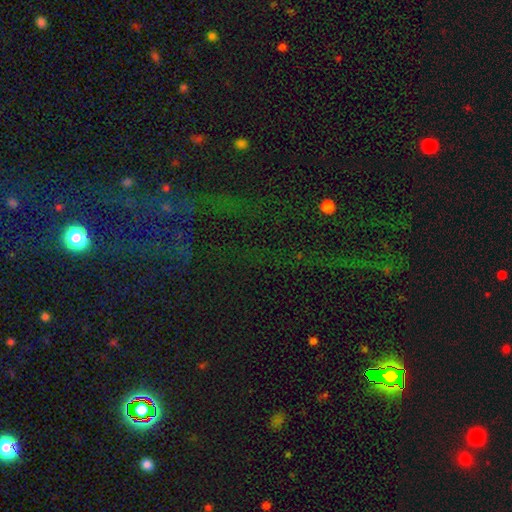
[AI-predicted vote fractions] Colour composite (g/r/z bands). It shows a star or artifact, not a galaxy (73%).